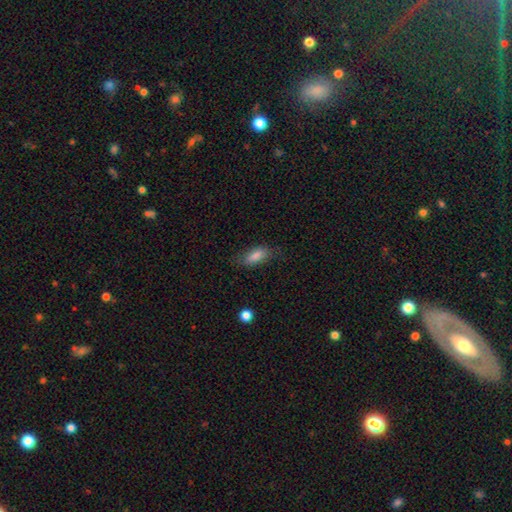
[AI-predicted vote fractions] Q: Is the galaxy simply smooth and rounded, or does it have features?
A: smooth — 81%.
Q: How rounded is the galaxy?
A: in between — 77%.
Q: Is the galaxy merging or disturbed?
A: none — 72%.